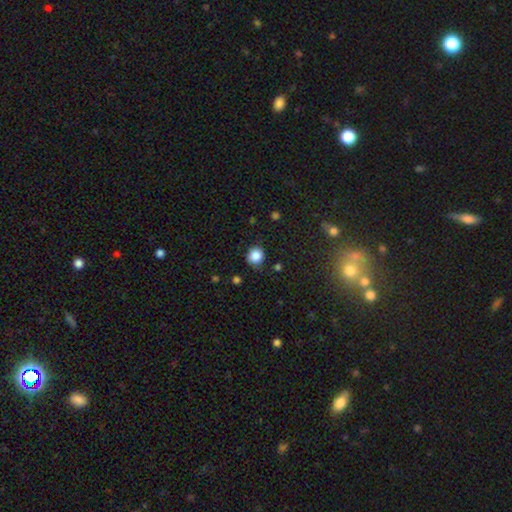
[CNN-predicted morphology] Smooth or featured: smooth — 85% (star or artifact — 11%)
How rounded: round — 86% (in between — 13%)
Merging: none — 82% (minor disturbance — 14%)